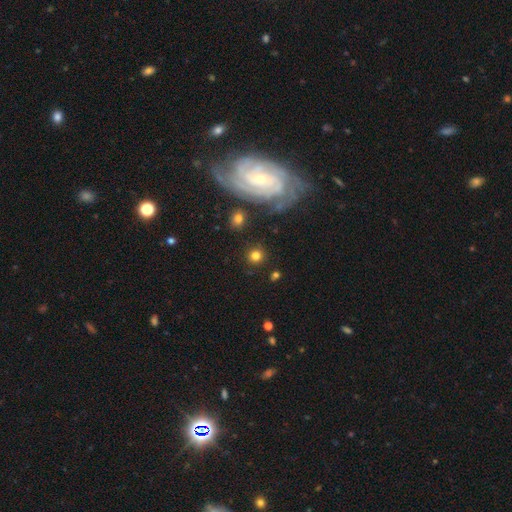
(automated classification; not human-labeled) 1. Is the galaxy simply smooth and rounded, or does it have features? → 76% smooth, 13% star or artifact, 11% featured or disk.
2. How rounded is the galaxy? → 90% round, 8% in between, 1% cigar-shaped.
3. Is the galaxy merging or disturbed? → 86% none, 7% minor disturbance, 3% major disturbance, 3% merger.